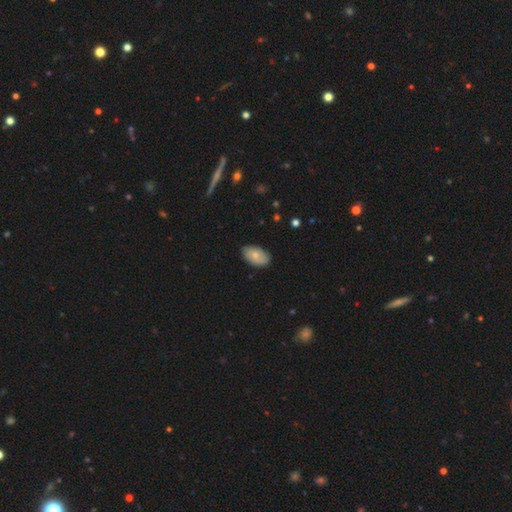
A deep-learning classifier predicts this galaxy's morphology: Smooth or featured?
  - smooth: 73% *
  - featured or disk: 21%
  - star or artifact: 6%
How rounded?
  - in between: 94% *
  - round: 5%
  - cigar-shaped: 2%
Merging?
  - none: 81% *
  - minor disturbance: 16%
  - major disturbance: 2%
  - merger: 1%